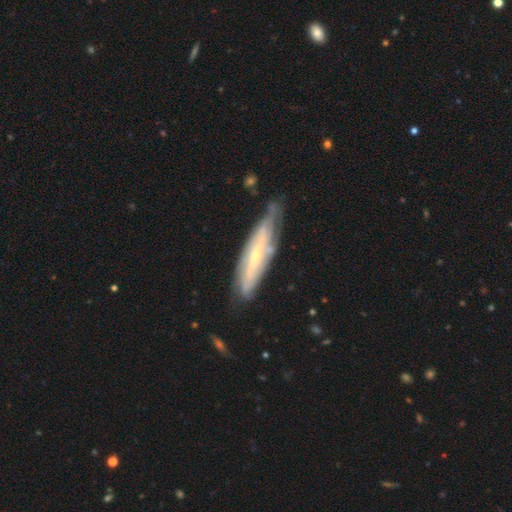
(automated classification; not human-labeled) Overall: featured or disk (72%). Edge-on disk: no (55%; yes 45%). Merging: none (62%; minor disturbance 27%).